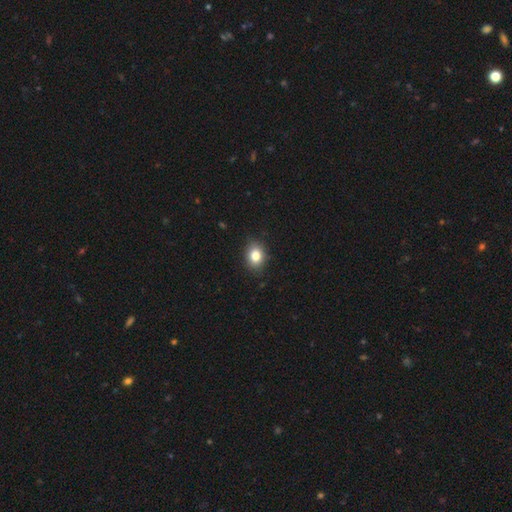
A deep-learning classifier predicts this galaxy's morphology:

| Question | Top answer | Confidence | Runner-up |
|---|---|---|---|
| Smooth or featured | smooth | 81% | star or artifact (10%) |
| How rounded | in between | 59% | round (40%) |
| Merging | none | 85% | minor disturbance (11%) |